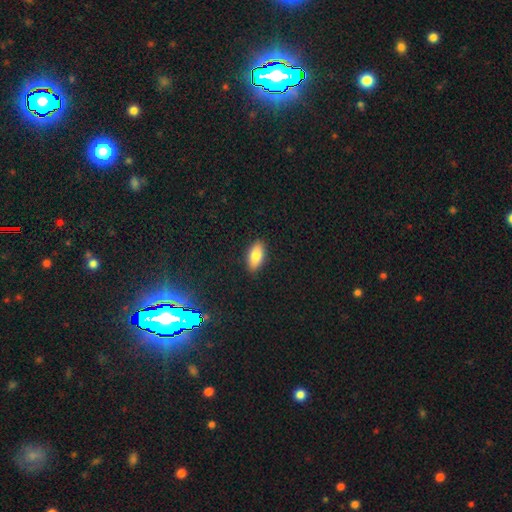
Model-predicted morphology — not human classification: type=smooth (82%); roundness=in between (88%); merging=none (89%).